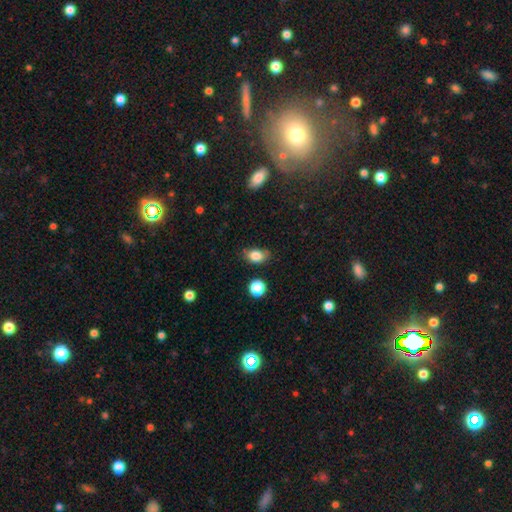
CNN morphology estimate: A smooth galaxy with no disk features (83%) that is in between round and cigar-shaped (77%). Merging: none (69%).